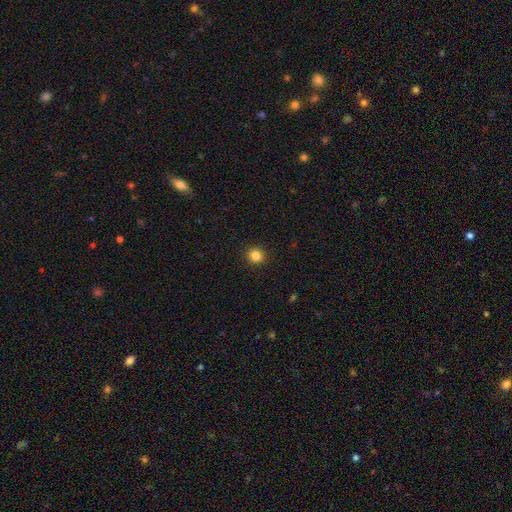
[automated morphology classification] smooth_or_featured: smooth (p=0.84) [alt: star or artifact p=0.11]
how_rounded: round (p=0.88) [alt: in between p=0.11]
merging: none (p=0.92) [alt: minor disturbance p=0.05]